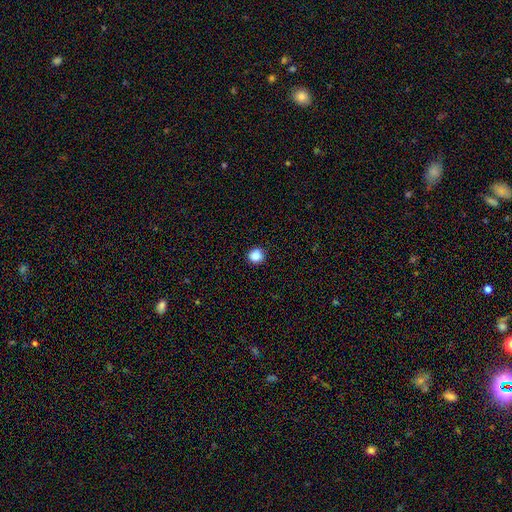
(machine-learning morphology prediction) Smooth or featured: smooth — 87% (star or artifact — 10%)
How rounded: round — 93% (in between — 6%)
Merging: none — 90% (minor disturbance — 7%)